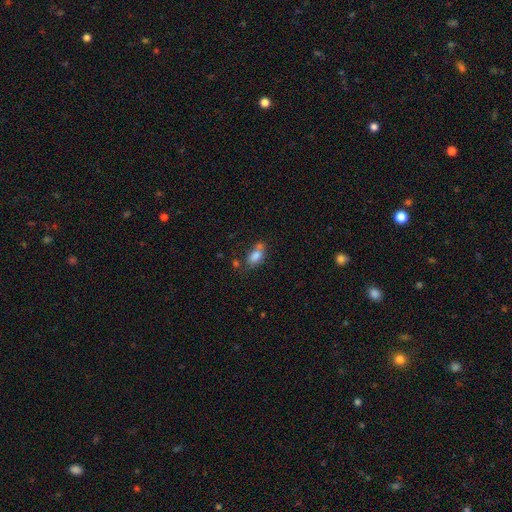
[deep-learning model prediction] A smooth galaxy with no disk features (77%) that is in between round and cigar-shaped (84%). Merging: none (43%).